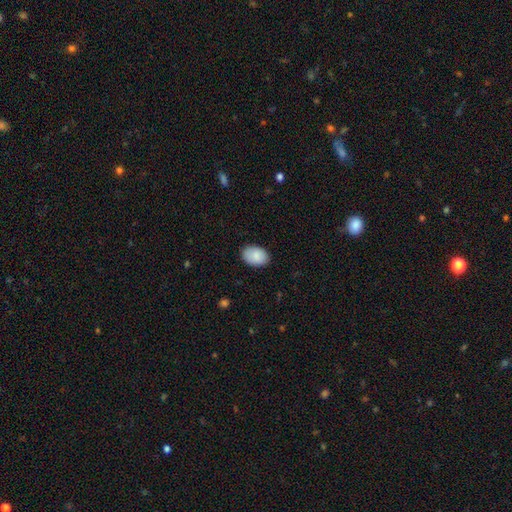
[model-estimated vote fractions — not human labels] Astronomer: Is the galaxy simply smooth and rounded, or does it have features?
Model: smooth — 89%.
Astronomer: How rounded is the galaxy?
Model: in between — 86%.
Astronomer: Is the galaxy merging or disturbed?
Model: none — 86%.